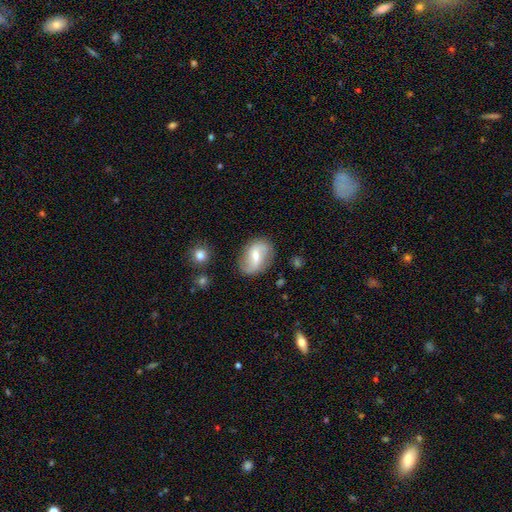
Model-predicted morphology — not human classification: type=featured or disk (57%); edge-on=no (95%); bar=weak (47%); spiral arms=yes (78%); bulge=moderate (58%); merging=none (78%).